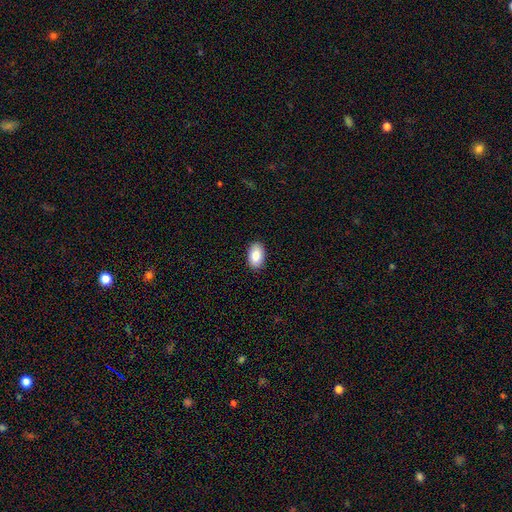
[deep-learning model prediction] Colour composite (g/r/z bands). It shows a smooth galaxy with no disk features (87%) that is in between round and cigar-shaped (93%). Merging: none (90%).